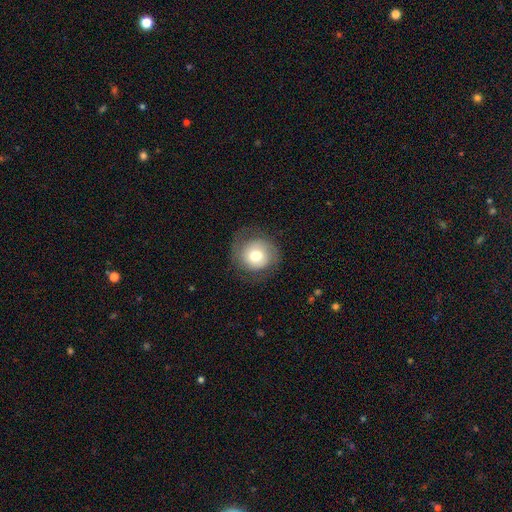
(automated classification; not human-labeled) Overall: smooth (58%; featured or disk 33%). How rounded: round (87%). Merging: none (71%).